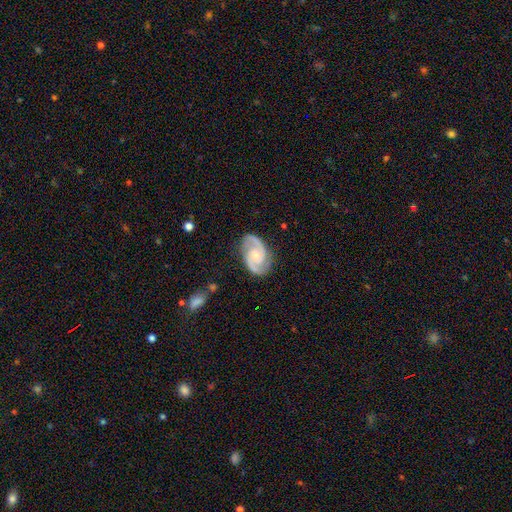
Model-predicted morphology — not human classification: A featured or disk galaxy (92%) with no bar (61%), 2 (93%) medium (57%) spiral arms (98%) and a small central bulge (57%).

Vote fractions:
- Smooth or featured? featured or disk: 92% / smooth: 5% / star or artifact: 4%
- Edge-on disk? no: 98% / yes: 2%
- Bar? no: 61% / weak: 32% / strong: 7%
- Spiral arms? yes: 98% / no: 2%
- Spiral winding? medium: 57% / tight: 33% / loose: 11%
- Spiral arm count? 2: 93% / can't tell: 2% / 3: 2% / 1: 1% / 4: 1% / more than 4: 1%
- Bulge size? small: 57% / moderate: 39% / none: 2% / large: 1% / dominant: 1%
- Merging? none: 83% / minor disturbance: 13% / major disturbance: 3% / merger: 1%